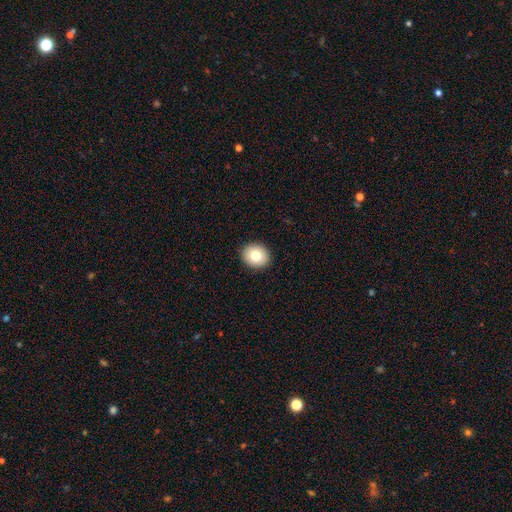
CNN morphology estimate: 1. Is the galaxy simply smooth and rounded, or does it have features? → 80% smooth, 11% featured or disk, 9% star or artifact.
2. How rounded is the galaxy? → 71% round, 29% in between, 1% cigar-shaped.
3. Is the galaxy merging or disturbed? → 92% none, 6% minor disturbance, 2% major disturbance, 1% merger.